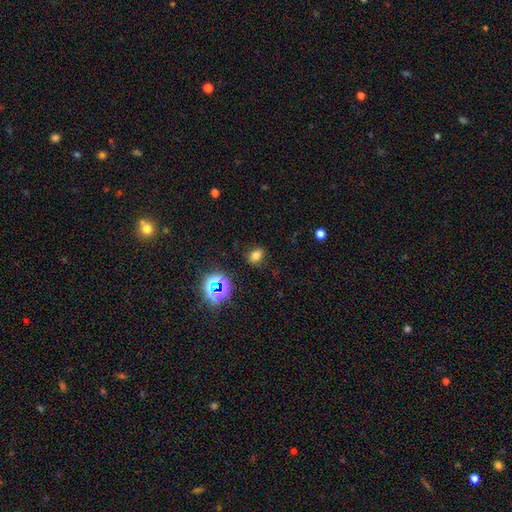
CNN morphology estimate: This appears to be a smooth galaxy with no disk features (72%) that is in between round and cigar-shaped (65%). Merging: none (85%).